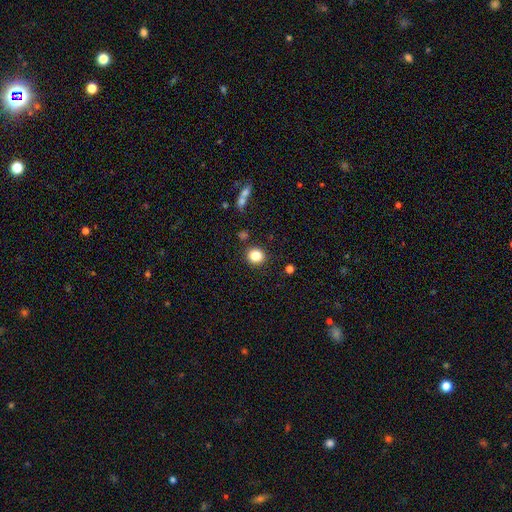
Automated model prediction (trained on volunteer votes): smooth_or_featured: smooth (p=0.84) [alt: star or artifact p=0.11]
how_rounded: round (p=0.82) [alt: in between p=0.17]
merging: none (p=0.88) [alt: minor disturbance p=0.07]